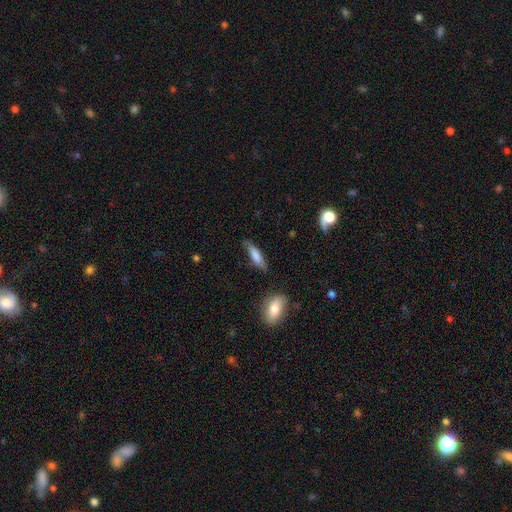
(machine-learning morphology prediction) Q: Smooth or featured?
A: smooth (74%); runner-up: featured or disk (19%)
Q: How rounded?
A: cigar-shaped (64%); runner-up: in between (34%)
Q: Merging?
A: none (71%); runner-up: minor disturbance (21%)